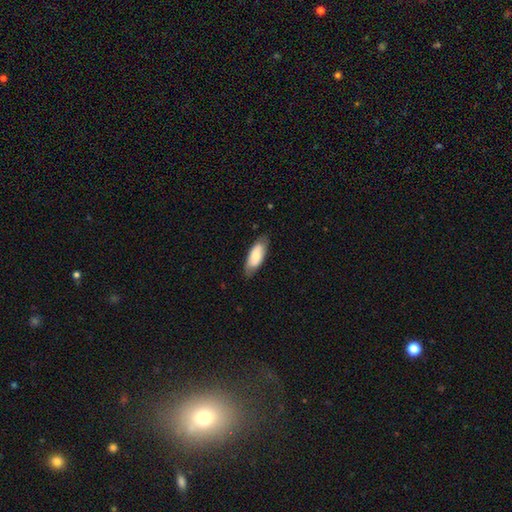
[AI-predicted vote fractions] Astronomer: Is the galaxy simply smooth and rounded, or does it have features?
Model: smooth — 73%.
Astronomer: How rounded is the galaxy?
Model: in between — 75%.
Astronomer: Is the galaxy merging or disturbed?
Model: none — 80%.